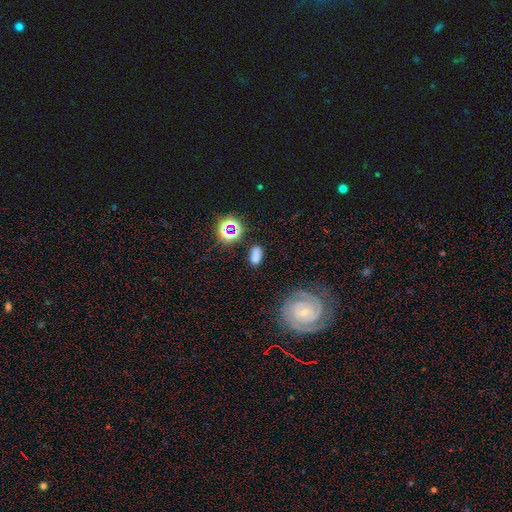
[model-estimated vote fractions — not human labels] The model was most divided on "smooth or featured": smooth: 66%, star or artifact: 22%, featured or disk: 12%. More confident: how rounded — in between (83%); merging — none (71%).